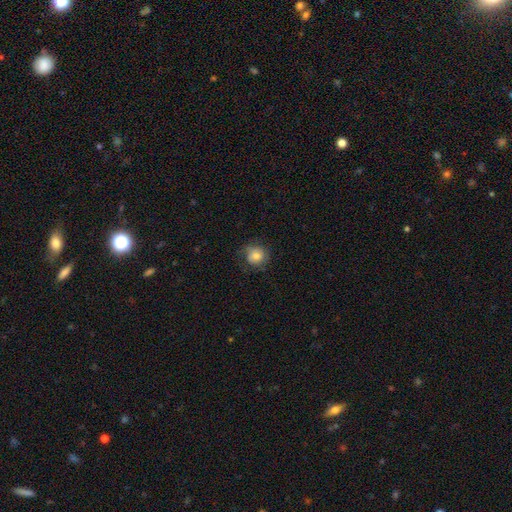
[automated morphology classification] The model was most divided on "smooth or featured": smooth: 66%, featured or disk: 25%, star or artifact: 9%. More confident: how rounded — round (85%); merging — none (66%).